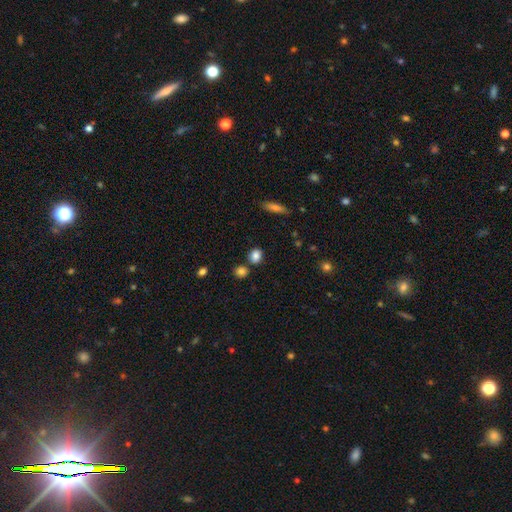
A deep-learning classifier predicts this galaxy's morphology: The model was most divided on "how rounded": round: 58%, in between: 40%, cigar-shaped: 2%. More confident: smooth or featured — smooth (84%); merging — none (74%).